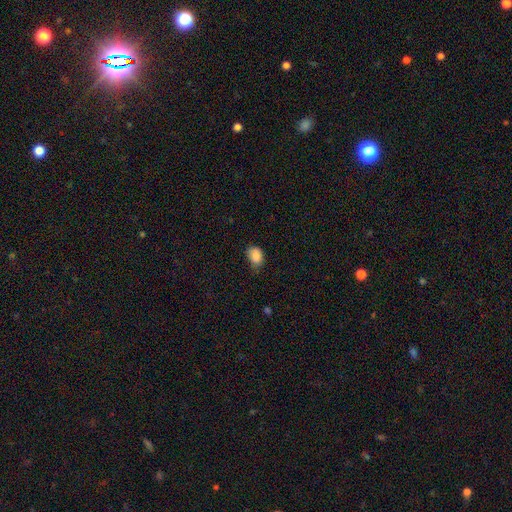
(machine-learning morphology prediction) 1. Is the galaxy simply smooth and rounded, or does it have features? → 87% smooth, 9% star or artifact, 5% featured or disk.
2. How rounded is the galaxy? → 72% in between, 27% round, 1% cigar-shaped.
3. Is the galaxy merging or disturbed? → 58% none, 34% minor disturbance, 7% major disturbance, 2% merger.